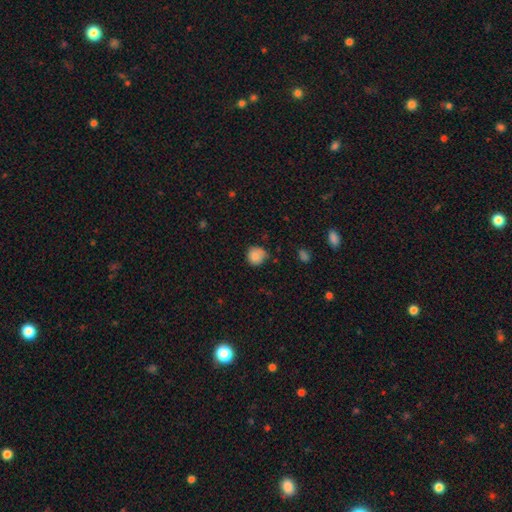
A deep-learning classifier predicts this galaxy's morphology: Smooth or featured?
  - smooth: 84% *
  - star or artifact: 9%
  - featured or disk: 7%
How rounded?
  - round: 86% *
  - in between: 13%
  - cigar-shaped: 1%
Merging?
  - none: 62% *
  - minor disturbance: 29%
  - major disturbance: 6%
  - merger: 3%